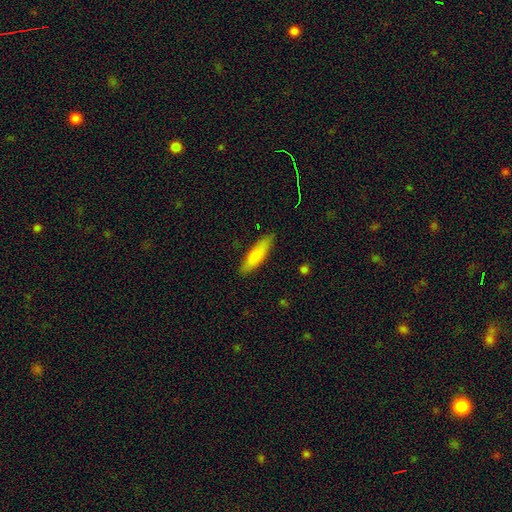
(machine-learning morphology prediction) Q: Smooth or featured?
A: smooth (79%); runner-up: featured or disk (16%)
Q: How rounded?
A: cigar-shaped (61%); runner-up: in between (37%)
Q: Merging?
A: none (85%); runner-up: minor disturbance (12%)